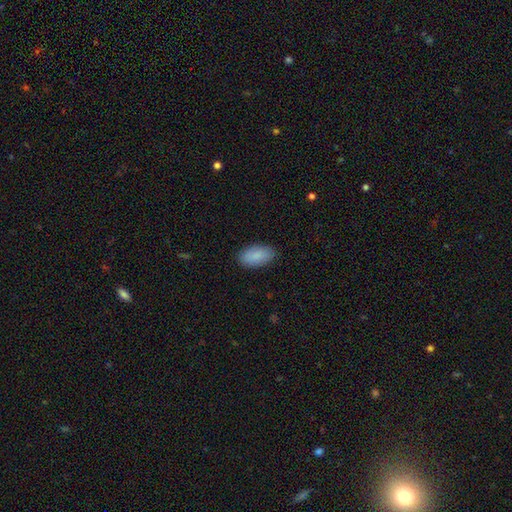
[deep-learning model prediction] smooth 89%, star or artifact 6%, featured or disk 5%. Down the decision tree: how rounded — in between (94%); merging — none (87%).